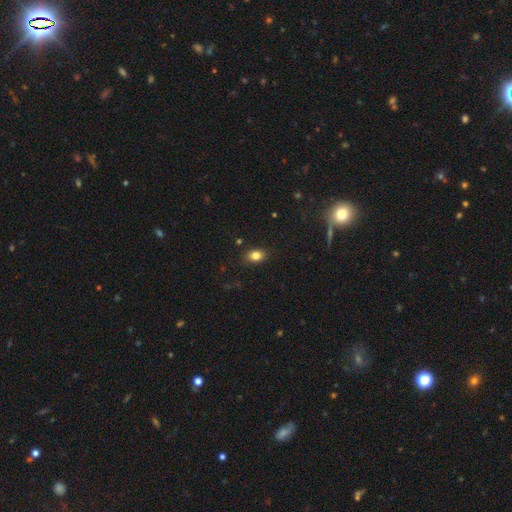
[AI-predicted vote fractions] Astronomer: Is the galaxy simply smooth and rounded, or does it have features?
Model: smooth — 83%.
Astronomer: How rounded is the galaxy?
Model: in between — 74%.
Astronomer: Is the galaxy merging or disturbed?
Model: none — 86%.